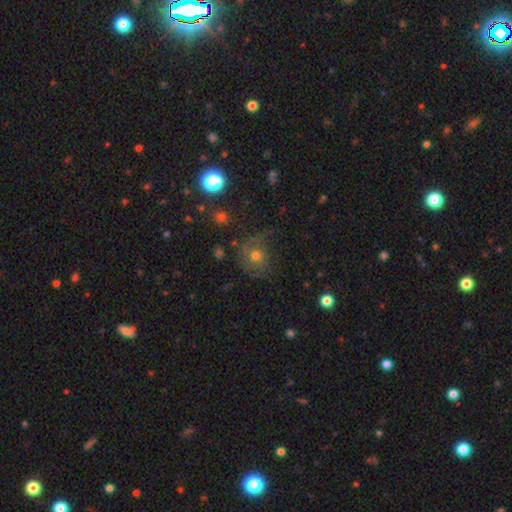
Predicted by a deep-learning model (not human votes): Smooth or featured: smooth — 49% (featured or disk — 35%)
Merging: none — 50% (major disturbance — 25%)